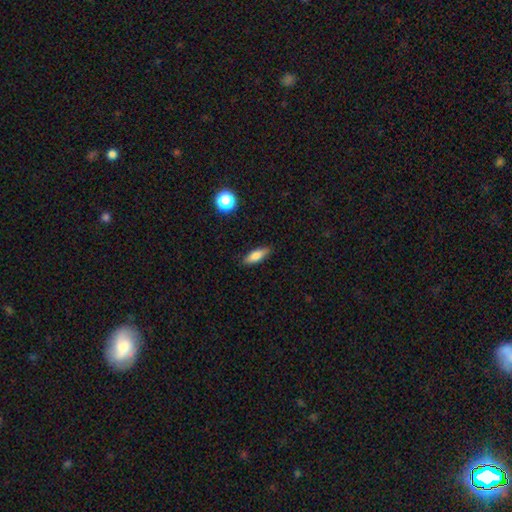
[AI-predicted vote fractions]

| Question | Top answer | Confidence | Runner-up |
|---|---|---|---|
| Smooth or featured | smooth | 76% | featured or disk (16%) |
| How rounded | in between | 56% | cigar-shaped (41%) |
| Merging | none | 86% | minor disturbance (11%) |